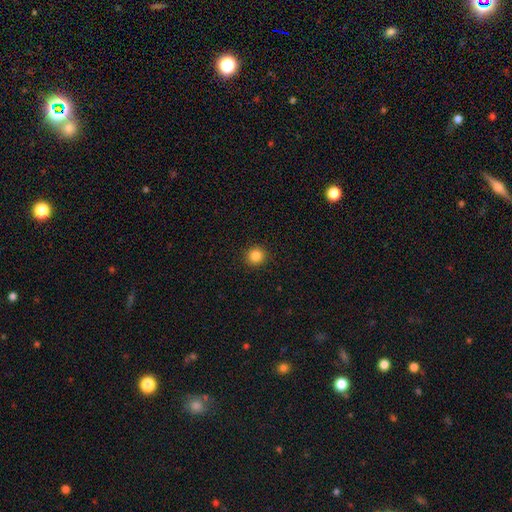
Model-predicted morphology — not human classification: A smooth galaxy with no disk features (85%) that is round (93%). Merging: none (92%).